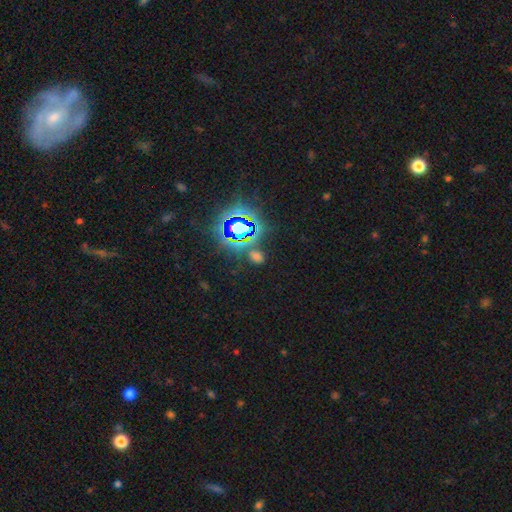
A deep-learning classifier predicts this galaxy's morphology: Smooth or featured? Predicted: star or artifact (p=0.52).